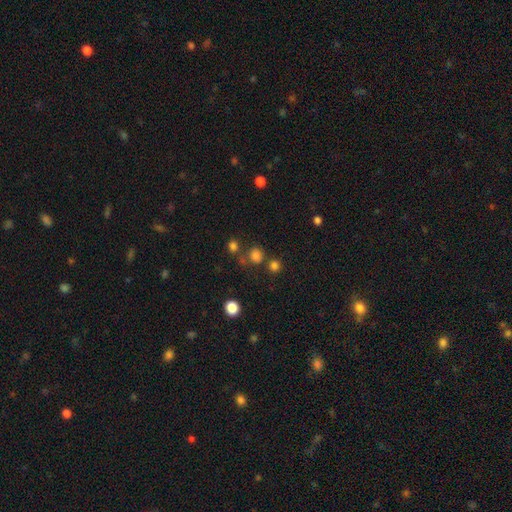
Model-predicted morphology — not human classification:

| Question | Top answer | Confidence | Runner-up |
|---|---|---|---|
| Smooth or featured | smooth | 76% | star or artifact (18%) |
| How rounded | round | 85% | in between (14%) |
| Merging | none | 68% | merger (17%) |